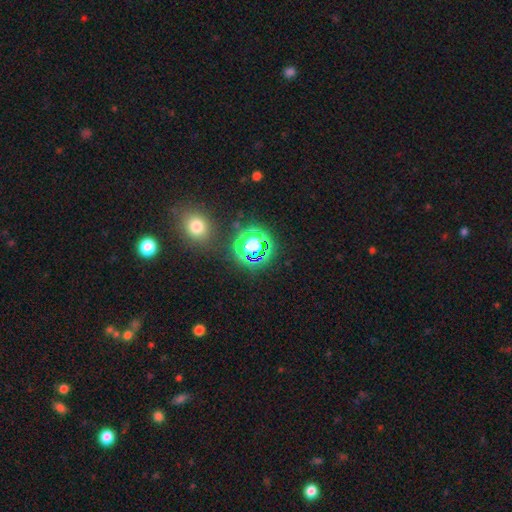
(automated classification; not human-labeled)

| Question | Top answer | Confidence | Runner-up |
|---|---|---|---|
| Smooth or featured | star or artifact | 70% | smooth (22%) |